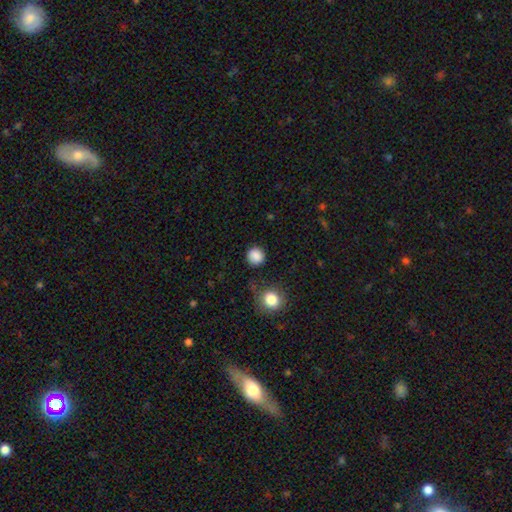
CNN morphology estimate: A smooth galaxy with no disk features (87%) that is round (92%).

Vote fractions:
- Smooth or featured? smooth: 87% / star or artifact: 10% / featured or disk: 4%
- How rounded? round: 92% / in between: 7% / cigar-shaped: 1%
- Merging? none: 85% / minor disturbance: 9% / major disturbance: 3% / merger: 3%